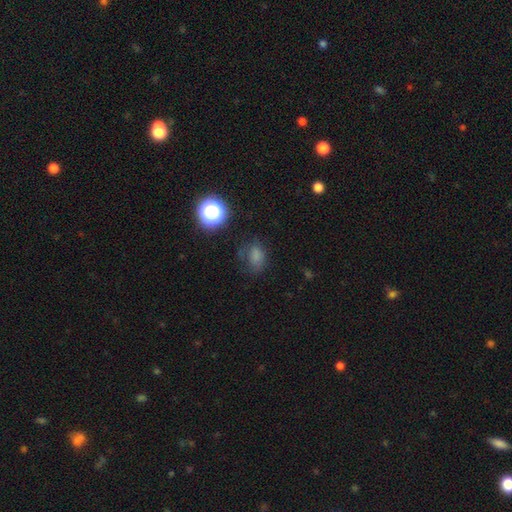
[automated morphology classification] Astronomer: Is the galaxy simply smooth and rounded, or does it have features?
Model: smooth — 69%.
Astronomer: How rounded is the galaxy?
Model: in between — 68%.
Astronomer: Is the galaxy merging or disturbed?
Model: none — 57%.